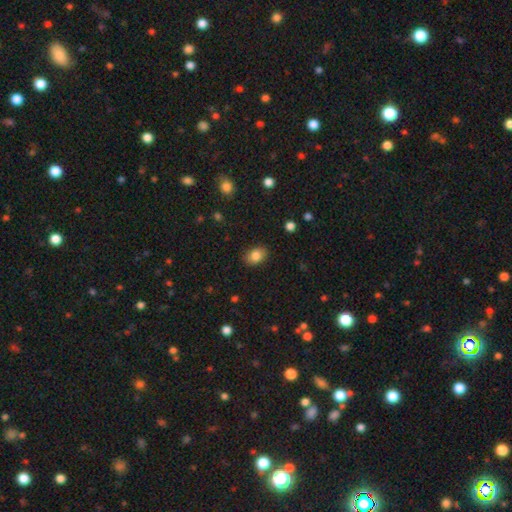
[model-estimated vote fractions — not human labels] Smooth or featured? Predicted: smooth (p=0.83). How rounded? Predicted: in between (p=0.70). Merging? Predicted: none (p=0.87).